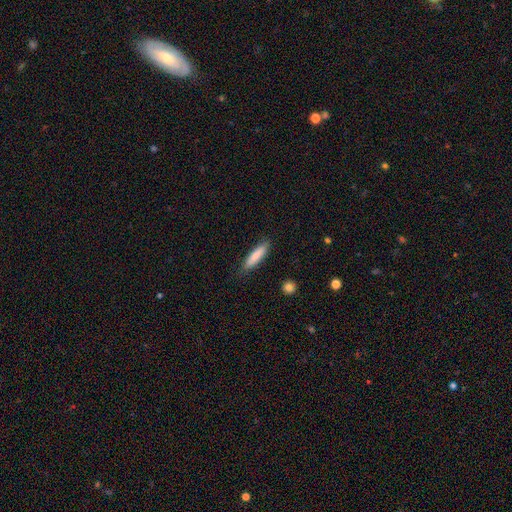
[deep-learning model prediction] Overall: smooth (82%). How rounded: cigar-shaped (77%). Merging: none (86%).